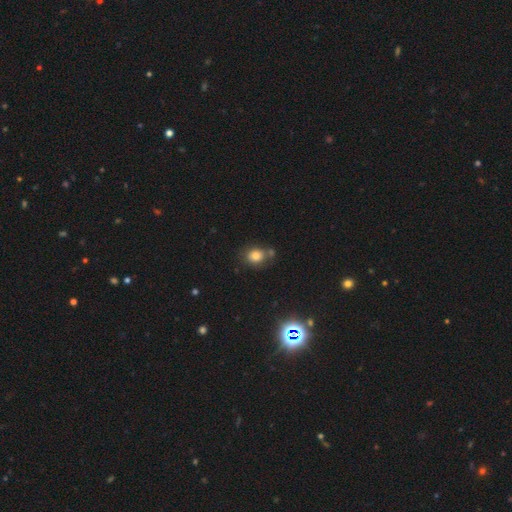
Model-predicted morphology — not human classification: A smooth galaxy with no disk features (78%) that is round (64%). Merging: none (64%).